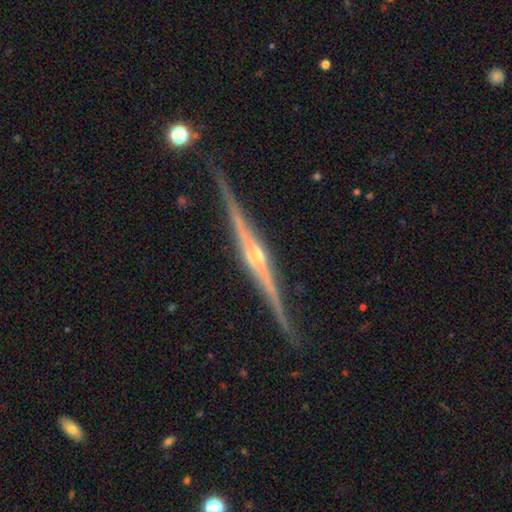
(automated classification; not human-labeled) Smooth or featured: featured or disk — 90% (smooth — 5%)
Edge-on disk: yes — 98% (no — 2%)
Edge-on bulge: rounded — 87% (boxy — 7%)
Merging: none — 88% (minor disturbance — 9%)